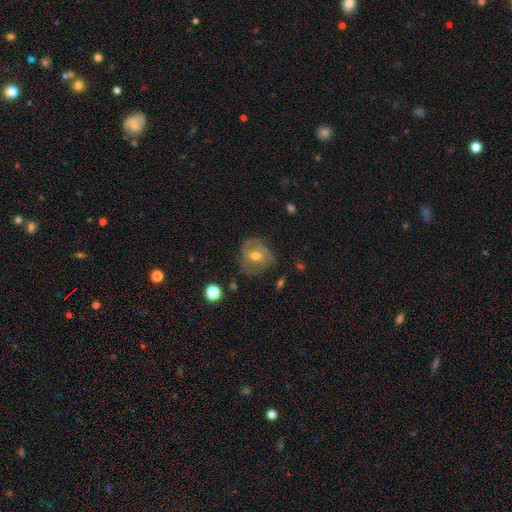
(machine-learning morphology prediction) featured or disk 56%, smooth 36%, star or artifact 9%. Down the decision tree: edge-on disk — no (96%); bar — no (47%); spiral arms — yes (68%); bulge size — moderate (68%); merging — none (61%).